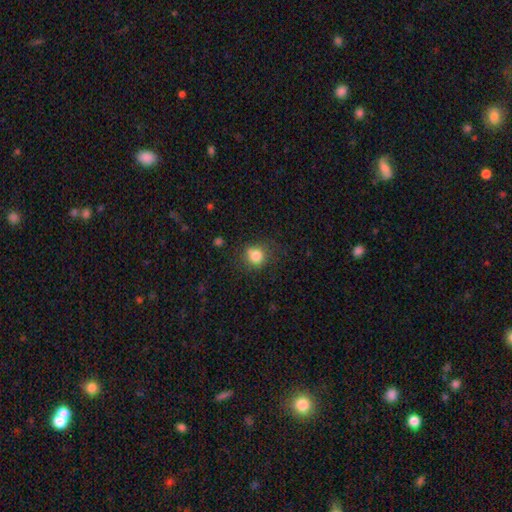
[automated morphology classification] This appears to be a smooth galaxy with no disk features (82%) that is round (81%). Merging: none (73%).